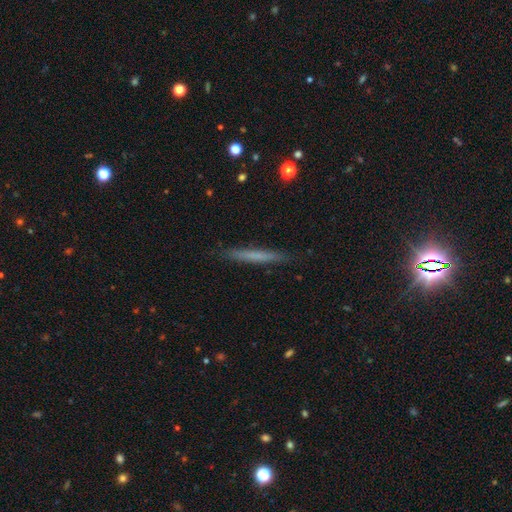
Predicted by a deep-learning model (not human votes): A smooth galaxy with no disk features (61%) that is cigar-shaped (97%).

Vote fractions:
- Smooth or featured? smooth: 61% / featured or disk: 33% / star or artifact: 7%
- How rounded? cigar-shaped: 97% / in between: 2% / round: 1%
- Merging? none: 90% / minor disturbance: 7% / major disturbance: 2% / merger: 1%